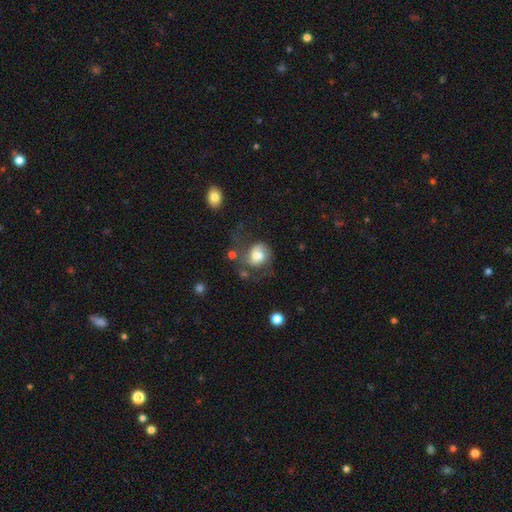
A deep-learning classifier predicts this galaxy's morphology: This is possibly a smooth galaxy (46%). Merging: marginally major disturbance (35%).